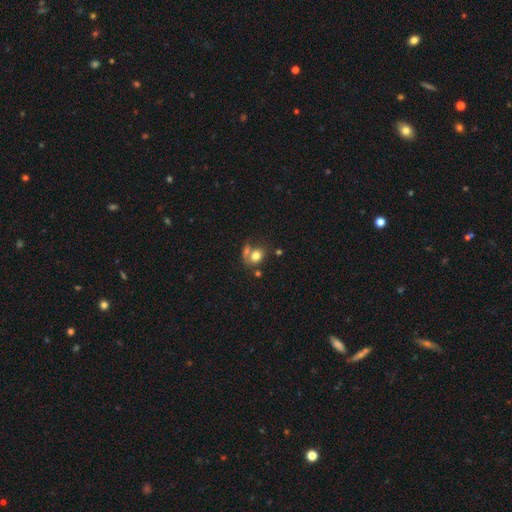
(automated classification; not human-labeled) Smooth or featured? Predicted: smooth (p=0.76). How rounded? Predicted: in between (p=0.53). Merging? Predicted: none (p=0.43).